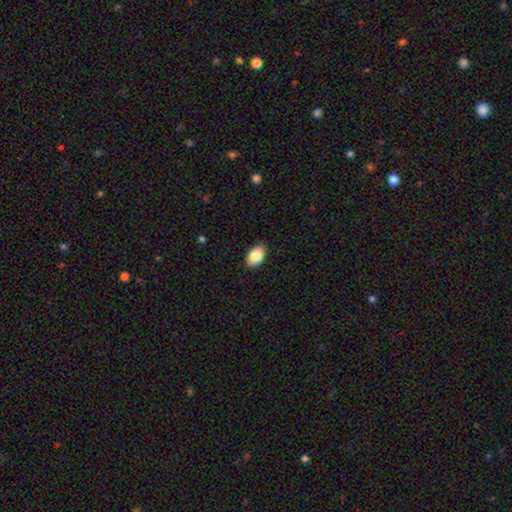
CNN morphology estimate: A smooth galaxy with no disk features (86%) that is in between round and cigar-shaped (92%). Merging: none (88%).